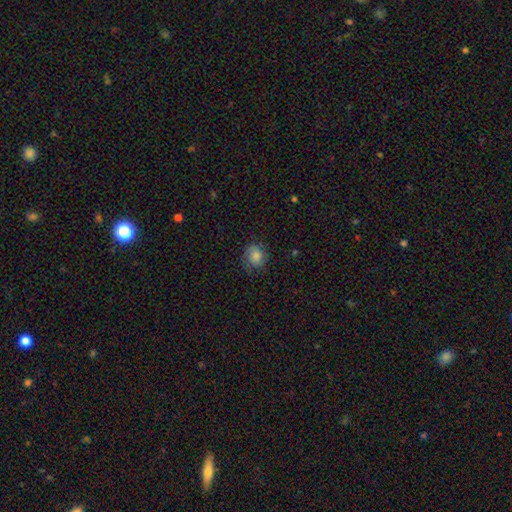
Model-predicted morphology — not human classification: smooth_or_featured: smooth (p=0.70) [alt: featured or disk p=0.20]
how_rounded: round (p=0.71) [alt: in between p=0.28]
merging: none (p=0.72) [alt: minor disturbance p=0.20]